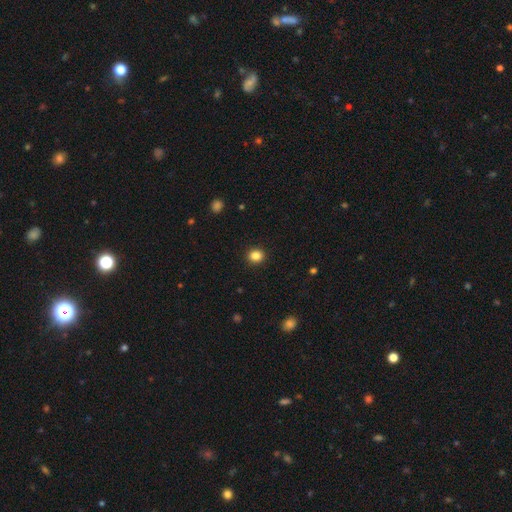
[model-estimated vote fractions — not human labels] Smooth or featured? smooth (85%)
How rounded? round (83%)
Merging? none (92%)